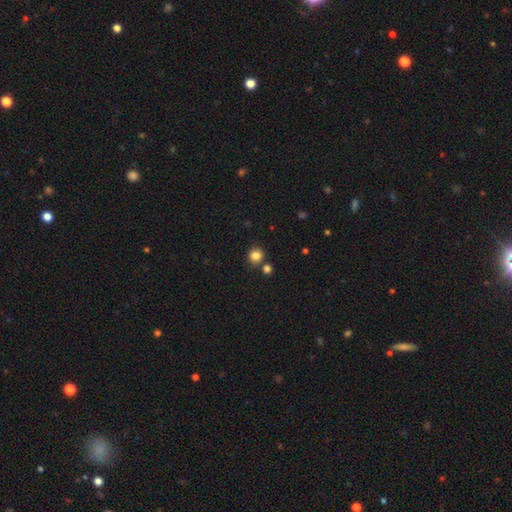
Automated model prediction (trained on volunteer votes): Q: Smooth or featured?
A: smooth (84%); runner-up: star or artifact (12%)
Q: How rounded?
A: round (90%); runner-up: in between (10%)
Q: Merging?
A: none (77%); runner-up: merger (12%)